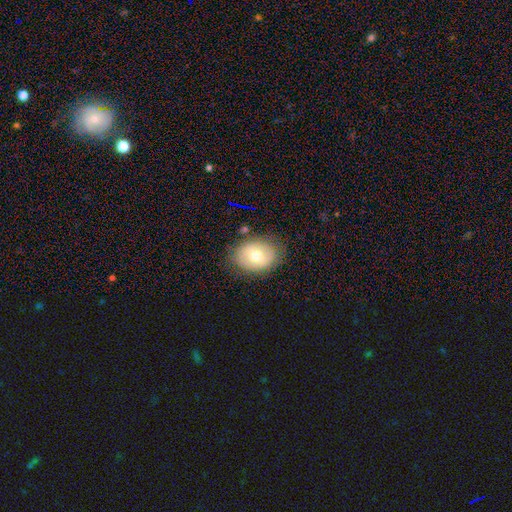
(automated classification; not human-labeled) This is likely a smooth galaxy (60%). How rounded: likely in between (68%). Merging: likely none (79%).